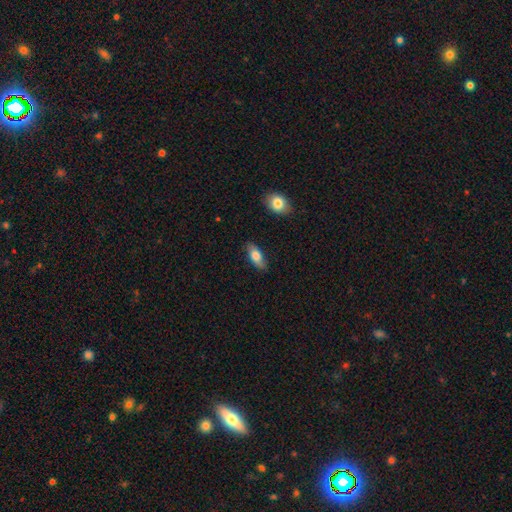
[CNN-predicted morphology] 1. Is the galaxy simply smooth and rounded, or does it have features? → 76% smooth, 18% featured or disk, 6% star or artifact.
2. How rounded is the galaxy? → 83% in between, 13% cigar-shaped, 3% round.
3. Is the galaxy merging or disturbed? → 83% none, 13% minor disturbance, 2% major disturbance, 2% merger.